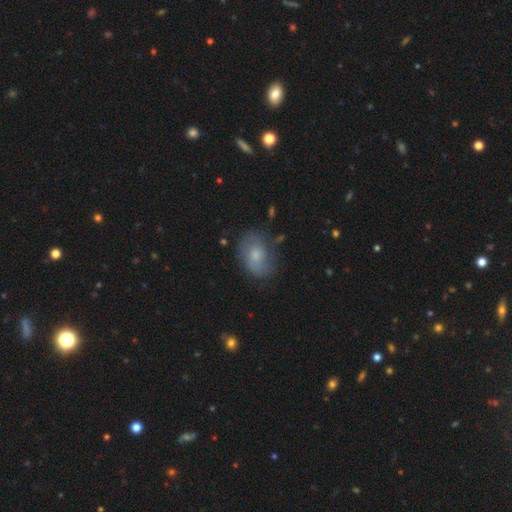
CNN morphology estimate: smooth_or_featured: smooth (p=0.59) [alt: featured or disk p=0.31]
how_rounded: in between (p=0.71) [alt: round p=0.27]
merging: none (p=0.61) [alt: minor disturbance p=0.26]